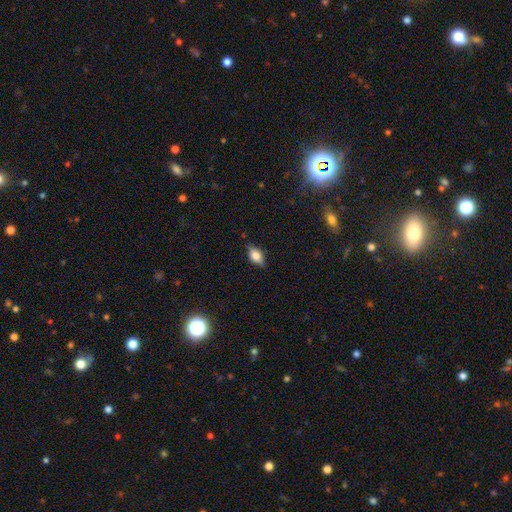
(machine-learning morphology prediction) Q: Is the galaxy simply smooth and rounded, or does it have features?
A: smooth — 67%.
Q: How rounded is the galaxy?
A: in between — 84%.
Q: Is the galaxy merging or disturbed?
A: none — 82%.